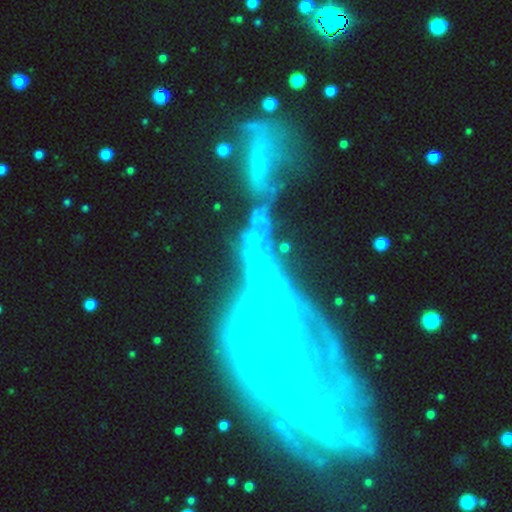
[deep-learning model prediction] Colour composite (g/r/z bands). It shows a featured or disk galaxy (56%). Merging: merger (49%).